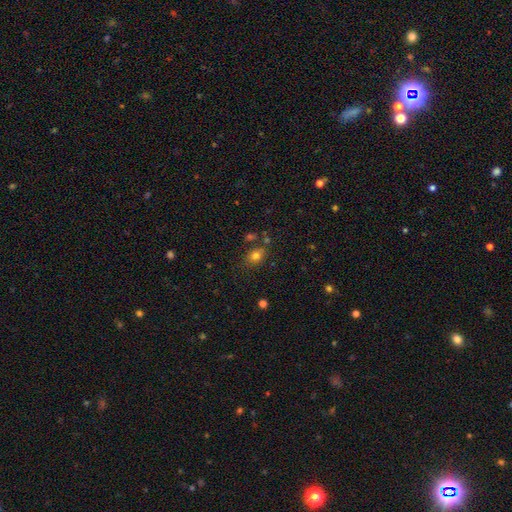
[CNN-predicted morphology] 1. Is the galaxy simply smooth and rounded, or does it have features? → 78% smooth, 14% star or artifact, 8% featured or disk.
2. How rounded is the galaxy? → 57% in between, 42% round, 1% cigar-shaped.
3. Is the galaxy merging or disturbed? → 72% none, 15% minor disturbance, 9% merger, 5% major disturbance.